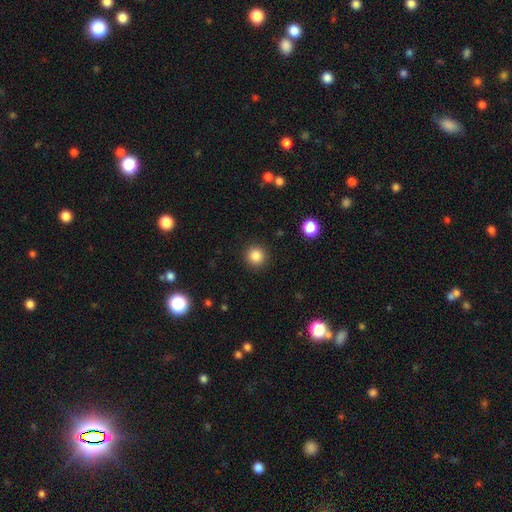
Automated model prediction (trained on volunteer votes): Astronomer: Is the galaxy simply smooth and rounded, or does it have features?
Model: smooth — 85%.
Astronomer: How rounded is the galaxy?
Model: round — 95%.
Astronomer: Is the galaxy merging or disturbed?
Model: none — 91%.